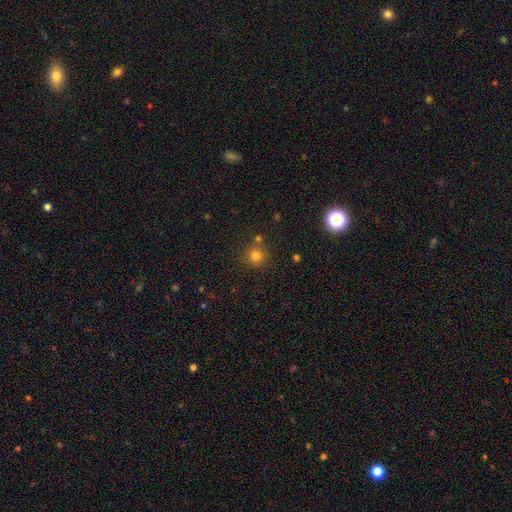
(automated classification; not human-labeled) smooth_or_featured: smooth (p=0.78) [alt: star or artifact p=0.15]
how_rounded: round (p=0.93) [alt: in between p=0.06]
merging: none (p=0.77) [alt: merger p=0.12]